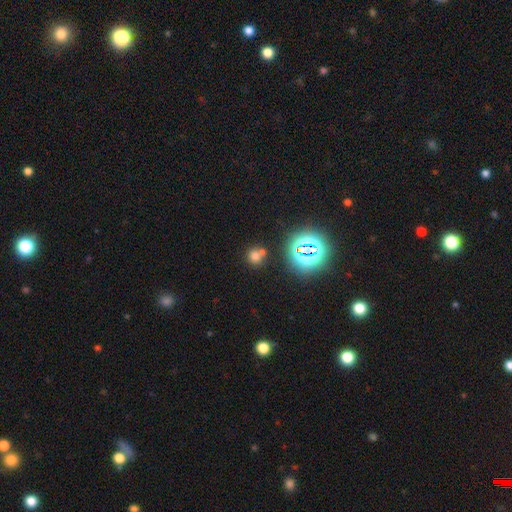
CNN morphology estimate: Smooth or featured?
  - smooth: 63% *
  - star or artifact: 28%
  - featured or disk: 9%
How rounded?
  - round: 85% *
  - in between: 13%
  - cigar-shaped: 1%
Merging?
  - none: 56% *
  - merger: 31%
  - minor disturbance: 9%
  - major disturbance: 4%